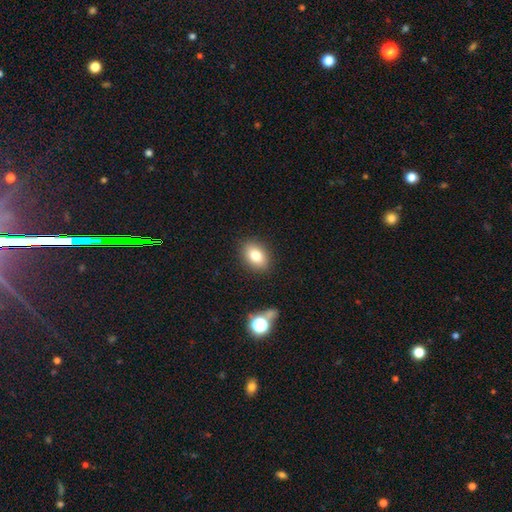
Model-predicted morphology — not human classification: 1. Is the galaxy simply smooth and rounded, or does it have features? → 79% smooth, 11% featured or disk, 10% star or artifact.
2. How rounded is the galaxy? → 79% in between, 20% round, 1% cigar-shaped.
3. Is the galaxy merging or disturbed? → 87% none, 9% minor disturbance, 3% major disturbance, 2% merger.